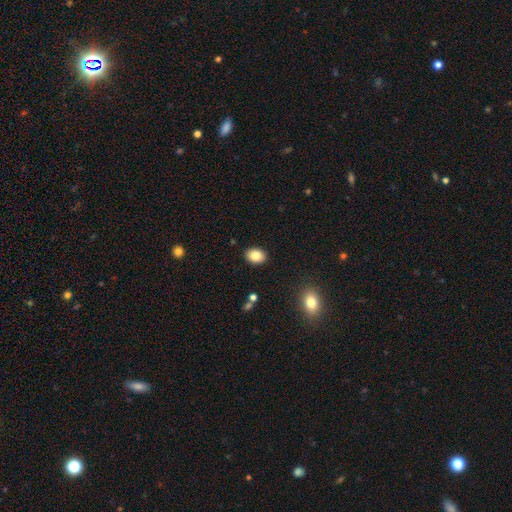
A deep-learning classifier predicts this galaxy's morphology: Smooth or featured? Predicted: smooth (p=0.84). How rounded? Predicted: in between (p=0.71). Merging? Predicted: none (p=0.89).